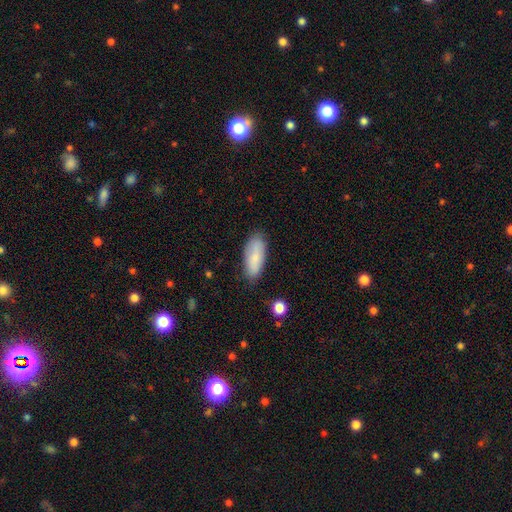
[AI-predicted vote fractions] Morphology: type=smooth (81%); roundness=in between (78%); merging=none (82%).